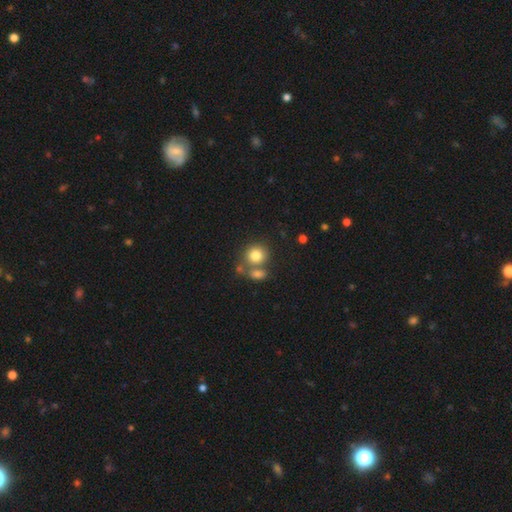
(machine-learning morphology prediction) smooth 80%, star or artifact 10%, featured or disk 10%. Down the decision tree: how rounded — round (81%); merging — none (54%).